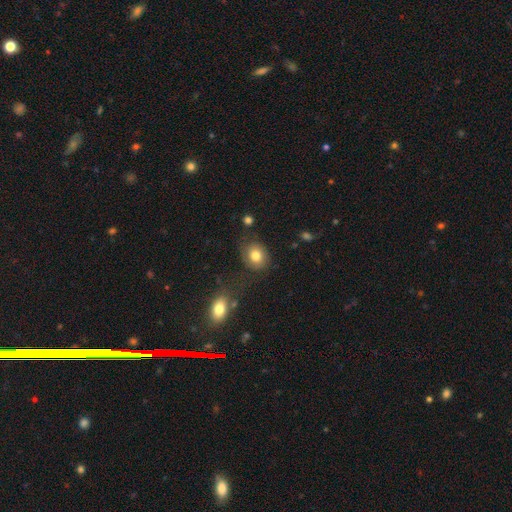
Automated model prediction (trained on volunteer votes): A smooth galaxy with no disk features (82%) that is round (61%).

Vote fractions:
- Smooth or featured? smooth: 82% / star or artifact: 9% / featured or disk: 9%
- How rounded? round: 61% / in between: 38% / cigar-shaped: 1%
- Merging? none: 76% / minor disturbance: 14% / major disturbance: 5% / merger: 4%